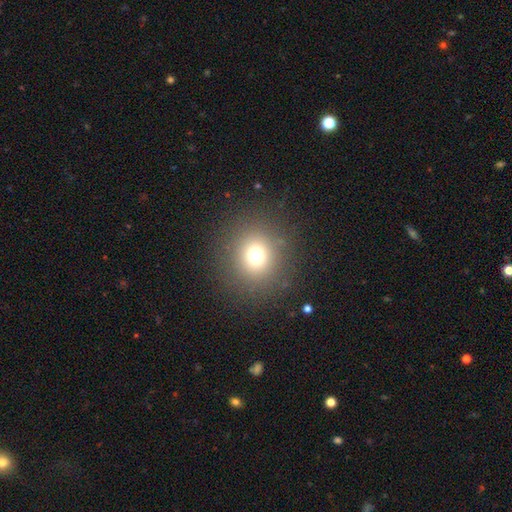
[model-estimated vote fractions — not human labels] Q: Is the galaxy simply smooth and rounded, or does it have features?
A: smooth — 72%.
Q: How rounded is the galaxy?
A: round — 89%.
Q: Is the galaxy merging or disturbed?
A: none — 87%.